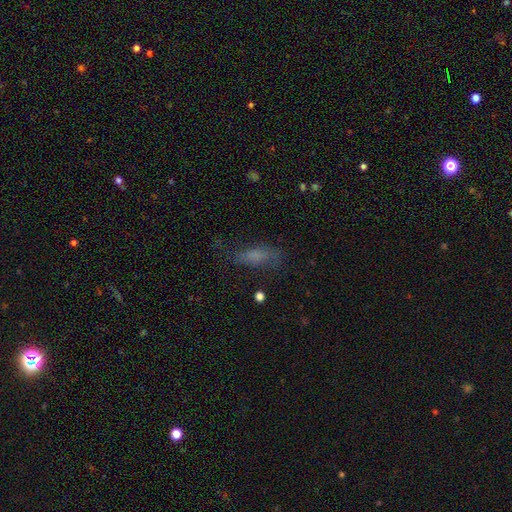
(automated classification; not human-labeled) Overall: smooth (63%). How rounded: in between (60%; cigar-shaped 36%). Merging: none (59%; minor disturbance 24%).